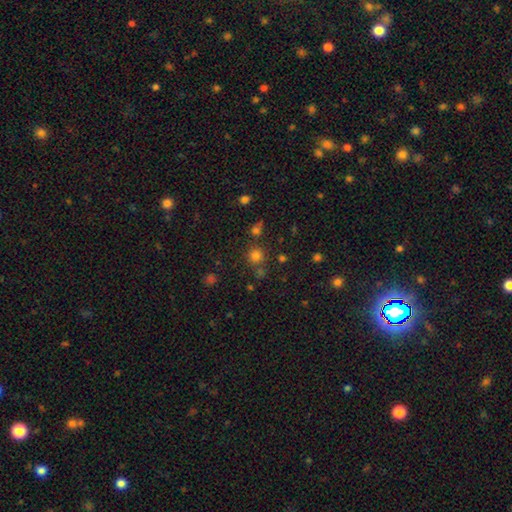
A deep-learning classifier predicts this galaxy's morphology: Smooth or featured? Predicted: smooth (p=0.73). How rounded? Predicted: round (p=0.91). Merging? Predicted: none (p=0.74).